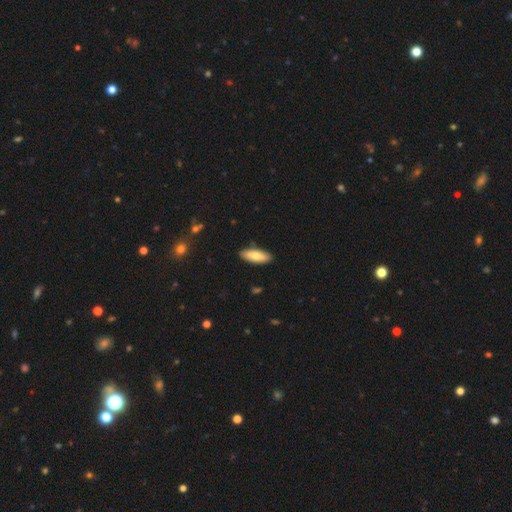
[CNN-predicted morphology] The model was most divided on "how rounded": in between: 70%, cigar-shaped: 28%, round: 2%. More confident: merging — none (88%); smooth or featured — smooth (76%).